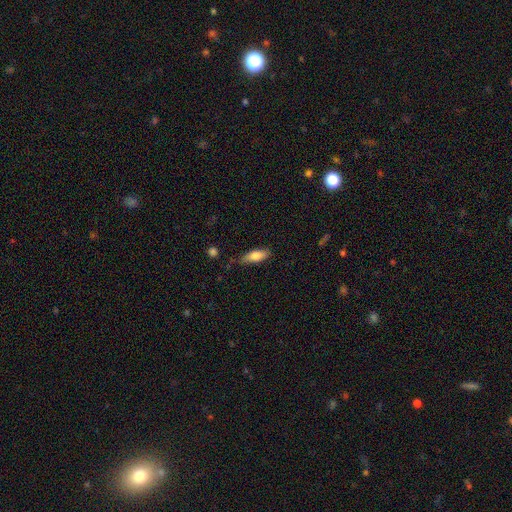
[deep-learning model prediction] This appears to be a smooth galaxy with no disk features (78%) that is in between round and cigar-shaped (66%). Merging: none (70%).